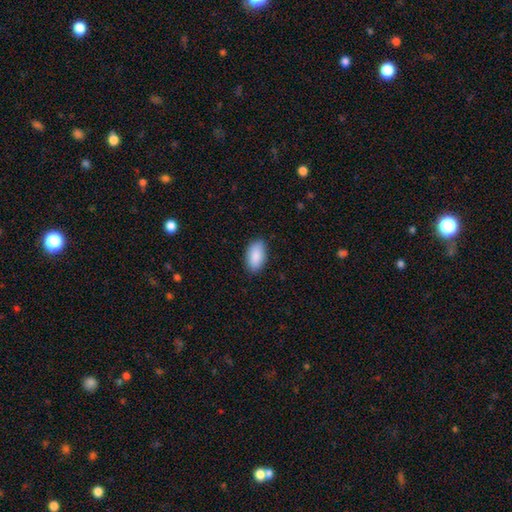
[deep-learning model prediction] smooth-or-featured: smooth: 89% | star or artifact: 6% | featured or disk: 5%
  how-rounded: in between: 94% | round: 3% | cigar-shaped: 3%
  merging: none: 86% | minor disturbance: 11% | major disturbance: 2% | merger: 1%